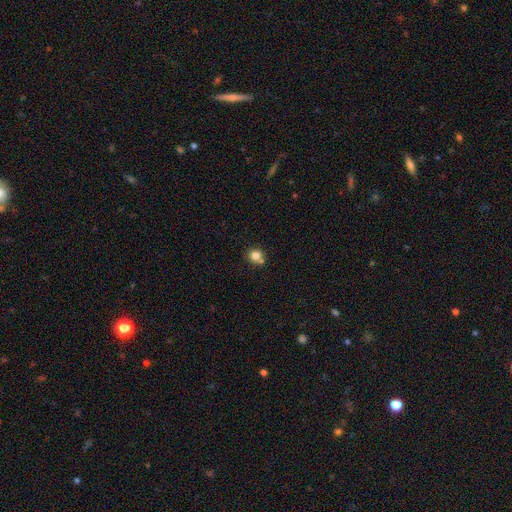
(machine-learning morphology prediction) Smooth or featured? smooth (80%)
How rounded? round (87%)
Merging? none (63%)